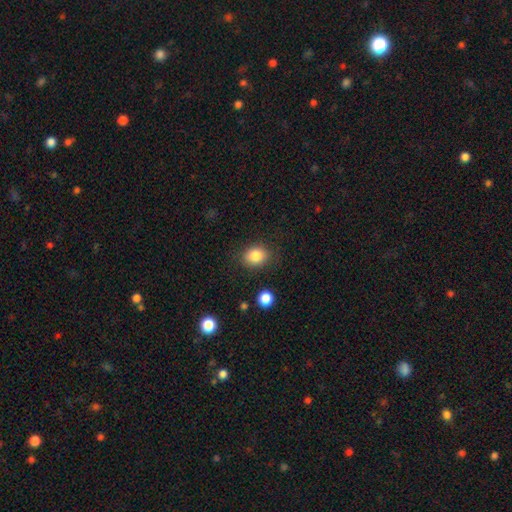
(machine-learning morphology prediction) This is clearly a smooth galaxy (84%). How rounded: possibly round (50%). Merging: clearly none (83%).